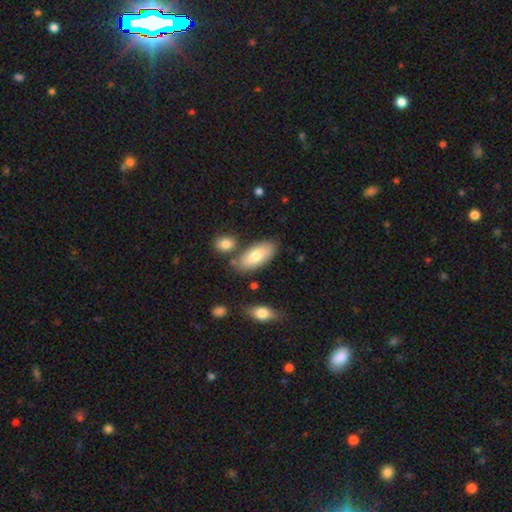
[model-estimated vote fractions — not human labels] This is likely a smooth galaxy (75%). How rounded: clearly in between (90%). Merging: likely none (75%).